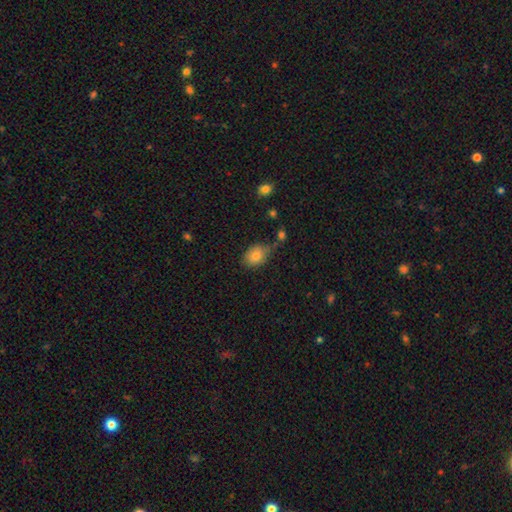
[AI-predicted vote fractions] Smooth or featured: smooth — 82% (featured or disk — 9%)
How rounded: in between — 75% (round — 24%)
Merging: none — 64% (minor disturbance — 24%)